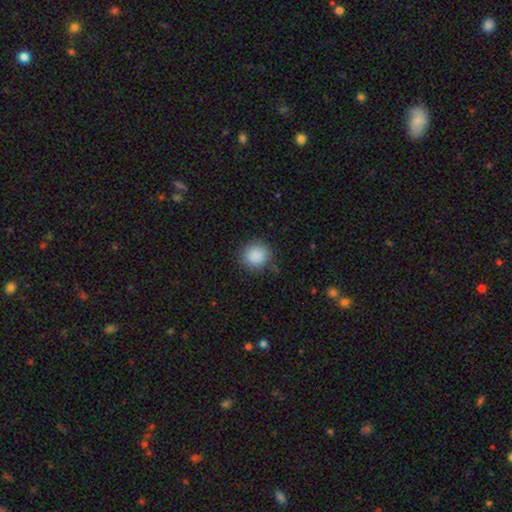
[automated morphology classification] type=smooth (88%); roundness=round (88%); merging=none (84%).